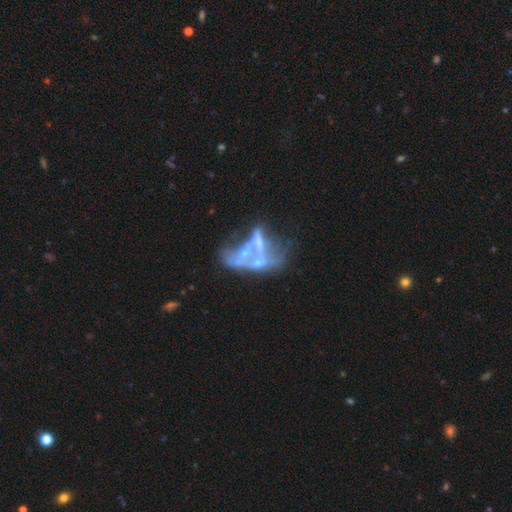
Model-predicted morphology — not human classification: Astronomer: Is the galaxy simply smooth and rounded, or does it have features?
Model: featured or disk — 69%.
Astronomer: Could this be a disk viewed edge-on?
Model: no — 92%.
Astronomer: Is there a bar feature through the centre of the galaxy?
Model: no — 82%.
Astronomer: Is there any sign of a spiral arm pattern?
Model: no — 85%.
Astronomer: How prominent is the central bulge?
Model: none — 37% (runner-up: small, 33%).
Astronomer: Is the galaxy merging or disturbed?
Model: merger — 54%.